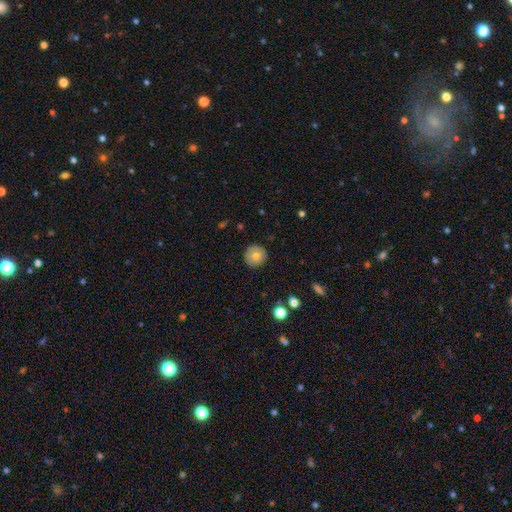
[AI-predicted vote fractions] Smooth or featured: smooth — 72% (featured or disk — 20%)
How rounded: round — 95% (in between — 5%)
Merging: none — 90% (minor disturbance — 7%)